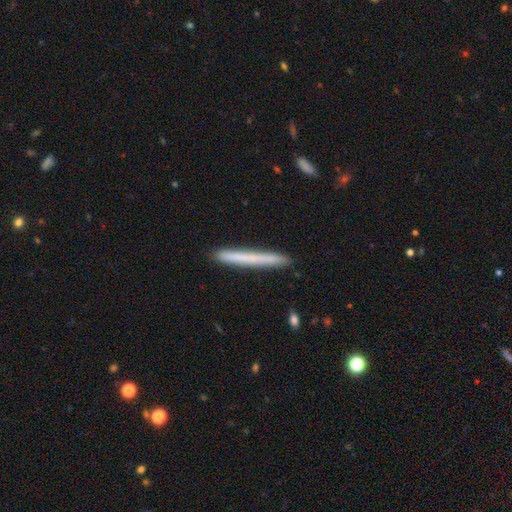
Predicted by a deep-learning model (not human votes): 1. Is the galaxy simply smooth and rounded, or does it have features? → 62% smooth, 31% featured or disk, 7% star or artifact.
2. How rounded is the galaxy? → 97% cigar-shaped, 2% in between, 1% round.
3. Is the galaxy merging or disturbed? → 90% none, 7% minor disturbance, 1% major disturbance, 1% merger.